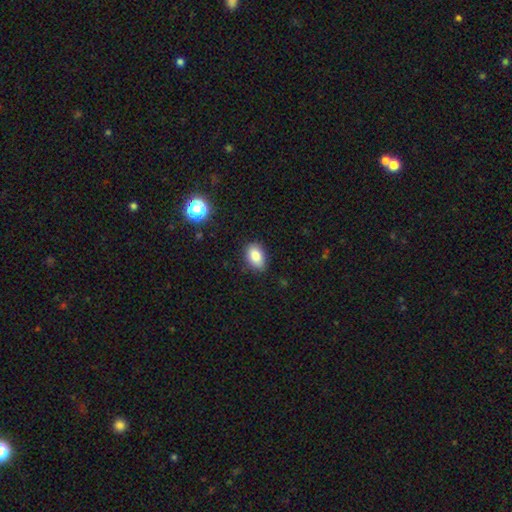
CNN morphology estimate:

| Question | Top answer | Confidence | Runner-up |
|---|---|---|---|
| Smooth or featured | smooth | 85% | star or artifact (9%) |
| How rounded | in between | 86% | round (13%) |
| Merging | none | 82% | minor disturbance (14%) |